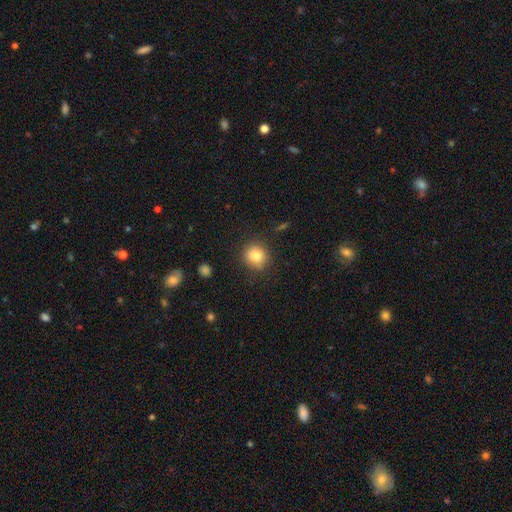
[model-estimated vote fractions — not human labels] A smooth galaxy with no disk features (82%) that is round (86%).

Vote fractions:
- Smooth or featured? smooth: 82% / star or artifact: 10% / featured or disk: 8%
- How rounded? round: 86% / in between: 13% / cigar-shaped: 1%
- Merging? none: 86% / minor disturbance: 10% / major disturbance: 3% / merger: 1%